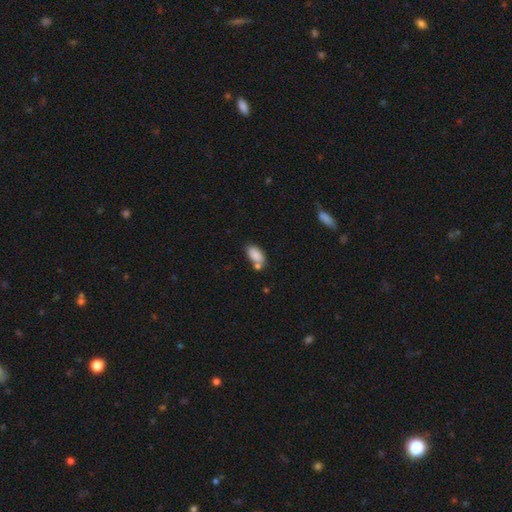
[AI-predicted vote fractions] smooth 86%, star or artifact 8%, featured or disk 6%. Down the decision tree: how rounded — in between (92%); merging — none (53%).